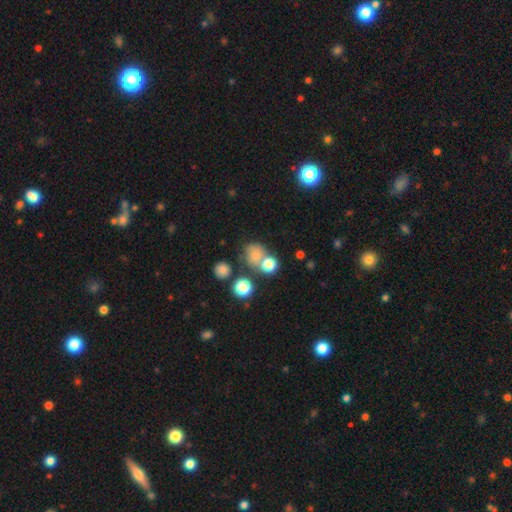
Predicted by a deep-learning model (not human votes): Smooth or featured? smooth (69%)
How rounded? round (69%)
Merging? none (48%)